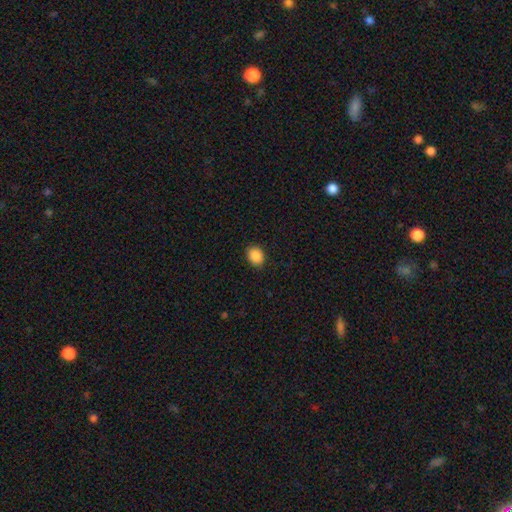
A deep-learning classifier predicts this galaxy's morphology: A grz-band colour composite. It shows a smooth galaxy with no disk features (88%) that is in between round and cigar-shaped (56%). Merging: none (89%).